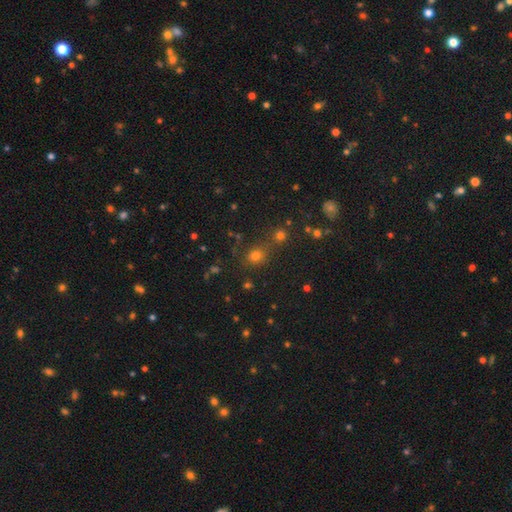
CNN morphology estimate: smooth_or_featured: smooth (p=0.66) [alt: star or artifact p=0.27]
how_rounded: round (p=0.79) [alt: in between p=0.20]
merging: none (p=0.66) [alt: merger p=0.19]